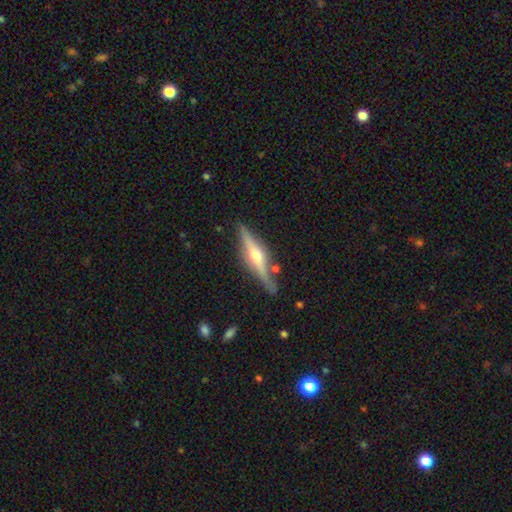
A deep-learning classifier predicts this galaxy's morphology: This appears to be a featured or disk galaxy (79%) viewed edge-on (97%) with a rounded central bulge (92%). Merging: none (84%).